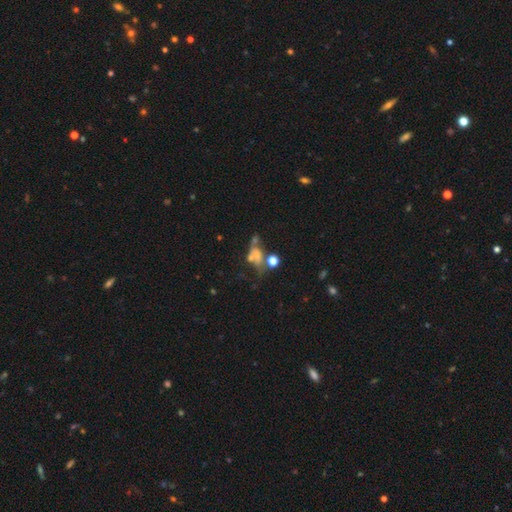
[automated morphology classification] The model was most divided on "merging": merger: 30%, major disturbance: 28%, none: 25%, minor disturbance: 17%. Remaining: smooth or featured — smooth (45%).